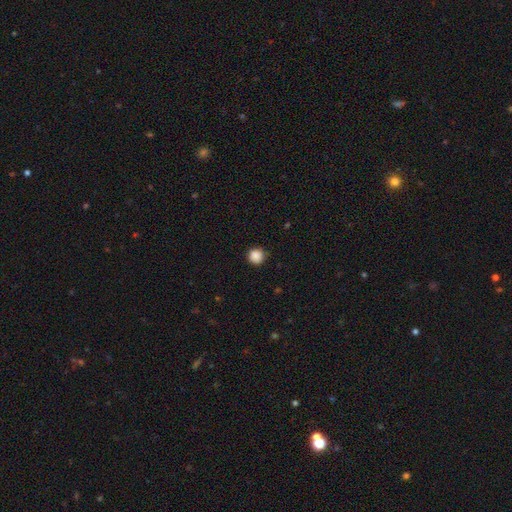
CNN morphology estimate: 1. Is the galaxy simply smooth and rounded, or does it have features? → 87% smooth, 10% star or artifact, 3% featured or disk.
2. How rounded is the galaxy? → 93% round, 6% in between, 1% cigar-shaped.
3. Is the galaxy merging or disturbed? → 87% none, 10% minor disturbance, 2% major disturbance, 1% merger.